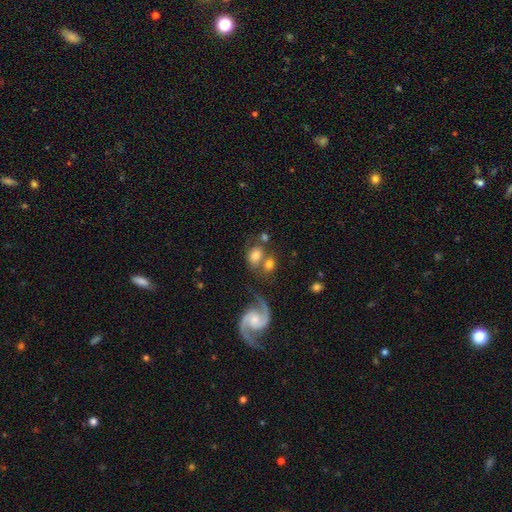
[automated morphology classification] smooth_or_featured: smooth (p=0.59) [alt: featured or disk p=0.31]
how_rounded: in between (p=0.60) [alt: round p=0.38]
merging: none (p=0.43) [alt: merger p=0.34]